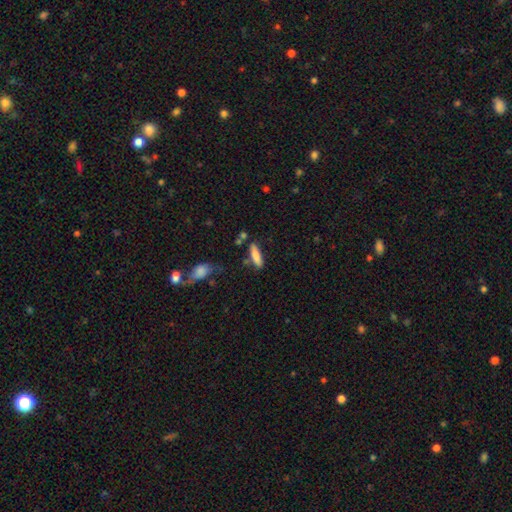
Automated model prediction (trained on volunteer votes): A smooth galaxy with no disk features (81%) that is cigar-shaped (65%).

Vote fractions:
- Smooth or featured? smooth: 81% / featured or disk: 13% / star or artifact: 6%
- How rounded? cigar-shaped: 65% / in between: 34% / round: 2%
- Merging? none: 73% / minor disturbance: 17% / merger: 6% / major disturbance: 4%